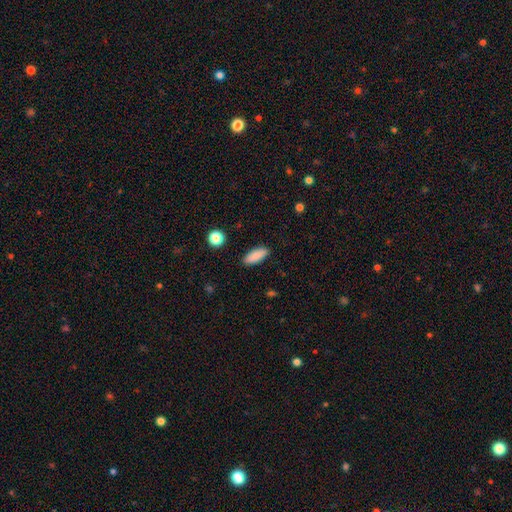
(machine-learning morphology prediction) Smooth or featured: smooth — 88% (star or artifact — 7%)
How rounded: in between — 73% (cigar-shaped — 24%)
Merging: none — 89% (minor disturbance — 8%)